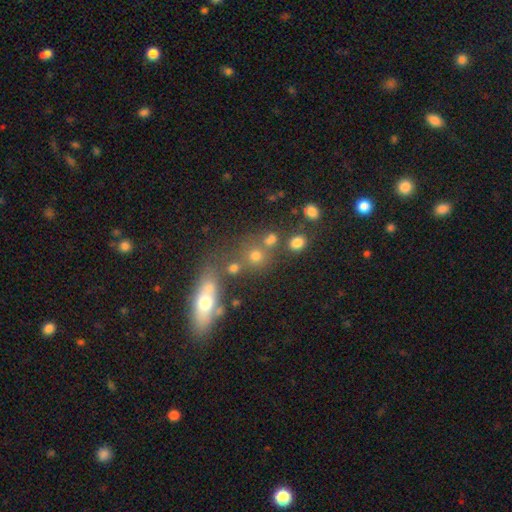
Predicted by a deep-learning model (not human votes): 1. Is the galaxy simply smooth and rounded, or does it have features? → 64% smooth, 19% star or artifact, 17% featured or disk.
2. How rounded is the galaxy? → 80% round, 16% in between, 4% cigar-shaped.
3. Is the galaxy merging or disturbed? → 58% none, 27% merger, 10% minor disturbance, 5% major disturbance.